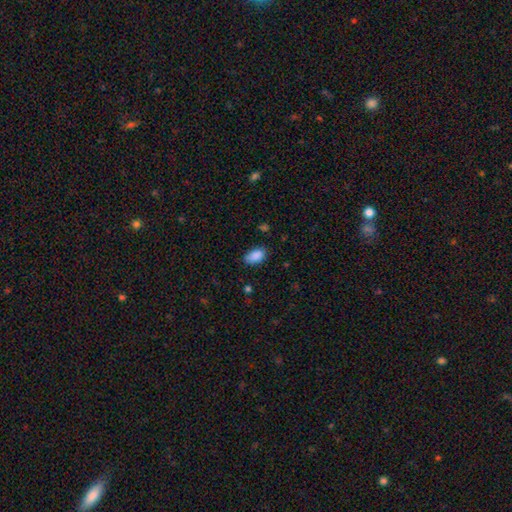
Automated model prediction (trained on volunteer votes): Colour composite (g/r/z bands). It shows a smooth galaxy with no disk features (88%) that is in between round and cigar-shaped (92%). Merging: none (73%).